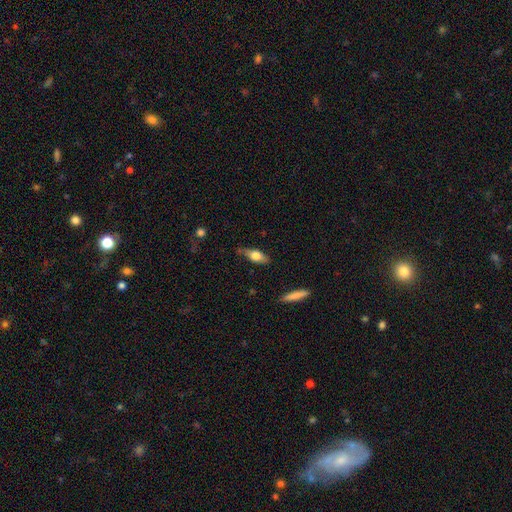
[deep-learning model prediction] smooth-or-featured: smooth: 60% | featured or disk: 34% | star or artifact: 6%
  how-rounded: in between: 62% | cigar-shaped: 34% | round: 4%
  merging: none: 74% | minor disturbance: 20% | major disturbance: 4% | merger: 2%